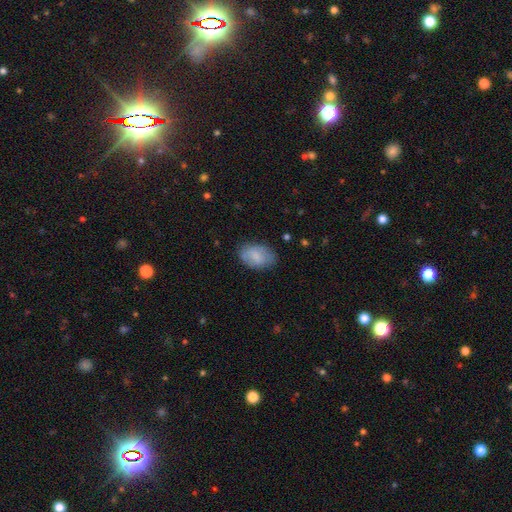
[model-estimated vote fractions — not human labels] Smooth or featured: smooth — 74% (featured or disk — 20%)
How rounded: in between — 90% (round — 9%)
Merging: none — 73% (minor disturbance — 20%)